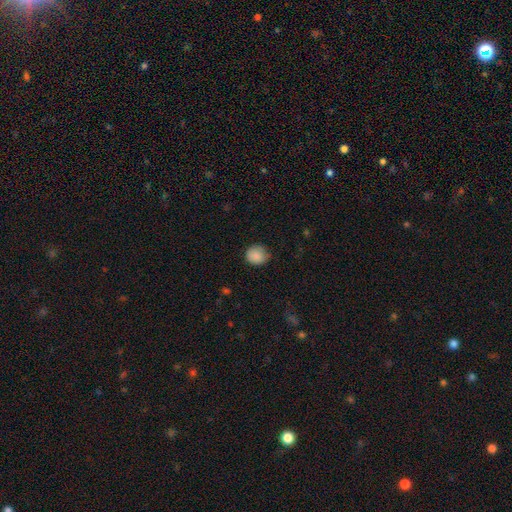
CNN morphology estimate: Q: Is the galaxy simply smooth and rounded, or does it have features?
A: smooth — 87%.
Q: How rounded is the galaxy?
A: round — 83%.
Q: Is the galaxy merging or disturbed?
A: none — 70%.